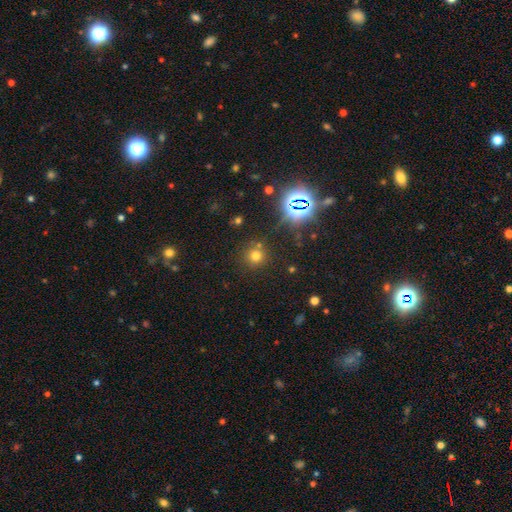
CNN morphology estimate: The model was most divided on "smooth or featured": smooth: 64%, star or artifact: 27%, featured or disk: 9%. More confident: how rounded — round (92%); merging — none (78%).